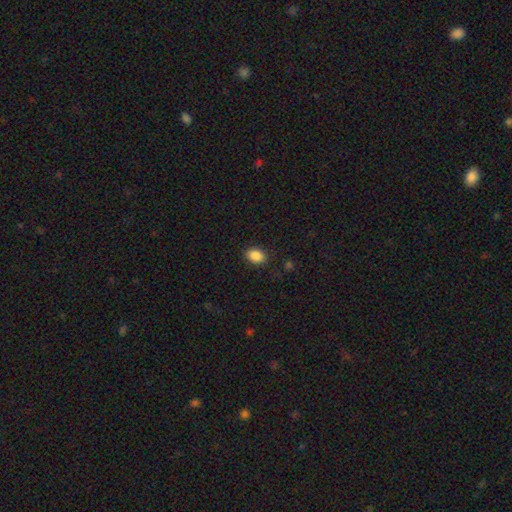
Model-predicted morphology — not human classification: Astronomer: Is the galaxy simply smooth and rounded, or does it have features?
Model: smooth — 88%.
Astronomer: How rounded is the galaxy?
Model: in between — 76%.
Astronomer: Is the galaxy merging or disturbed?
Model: none — 87%.